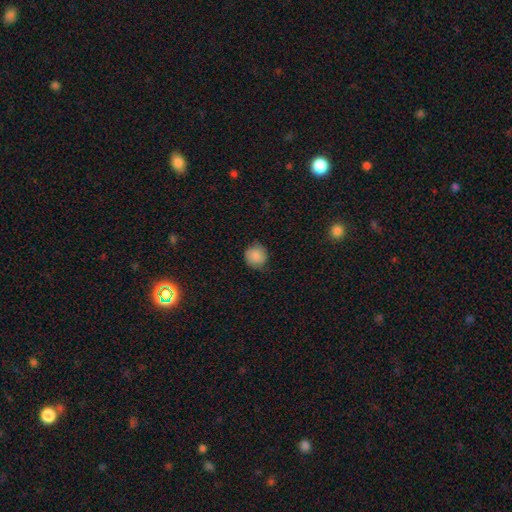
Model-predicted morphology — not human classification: Smooth or featured? Predicted: smooth (p=0.85). How rounded? Predicted: round (p=0.89). Merging? Predicted: none (p=0.81).